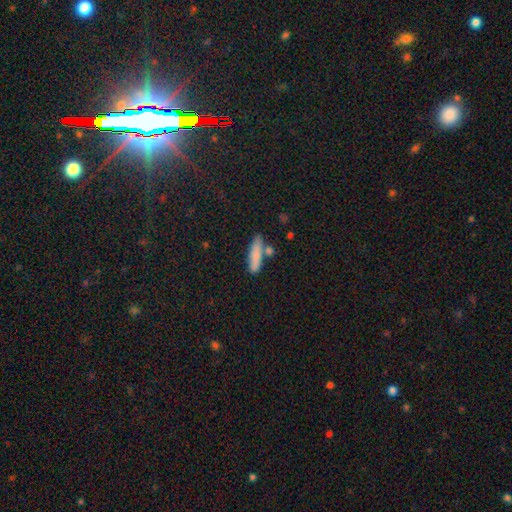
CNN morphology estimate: This appears to be a smooth galaxy with no disk features (81%) that is cigar-shaped (71%). Merging: none (67%).